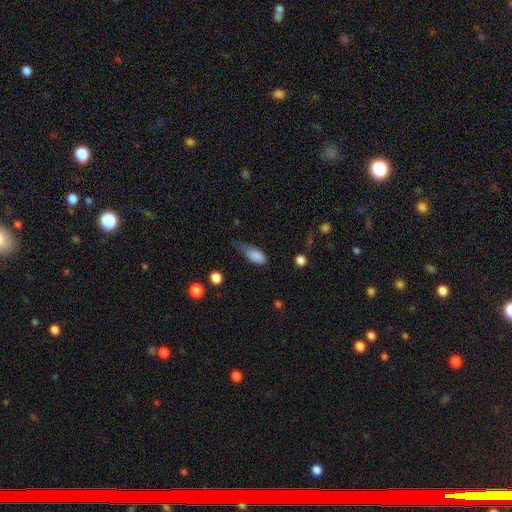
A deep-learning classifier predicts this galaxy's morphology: smooth-or-featured: smooth: 82% | featured or disk: 10% | star or artifact: 8%
  how-rounded: in between: 84% | cigar-shaped: 11% | round: 5%
  merging: minor disturbance: 46% | major disturbance: 28% | none: 23% | merger: 3%